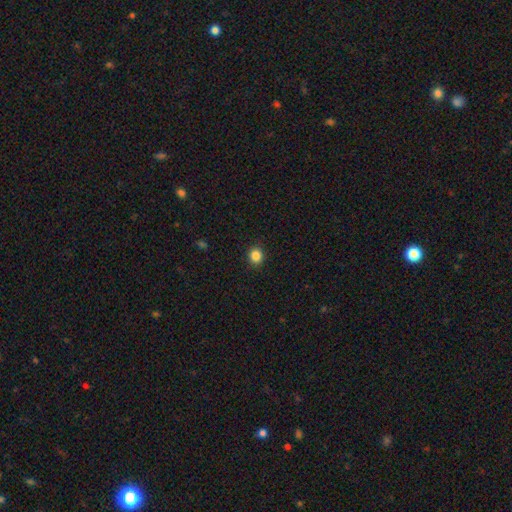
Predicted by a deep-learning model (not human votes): smooth 85%, star or artifact 11%, featured or disk 4%. Down the decision tree: how rounded — round (82%); merging — none (91%).